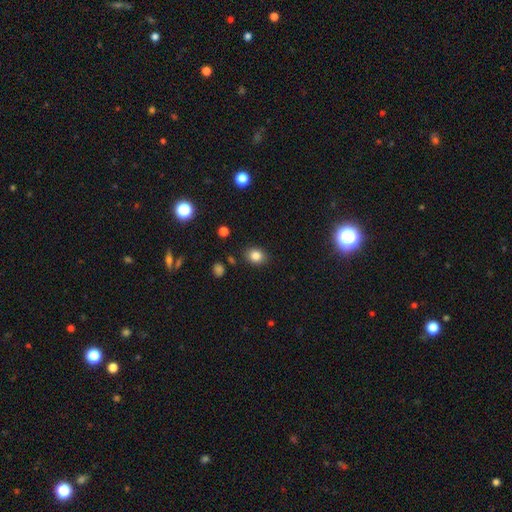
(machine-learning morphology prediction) smooth 83%, star or artifact 11%, featured or disk 6%. Down the decision tree: how rounded — round (52%); merging — none (86%).